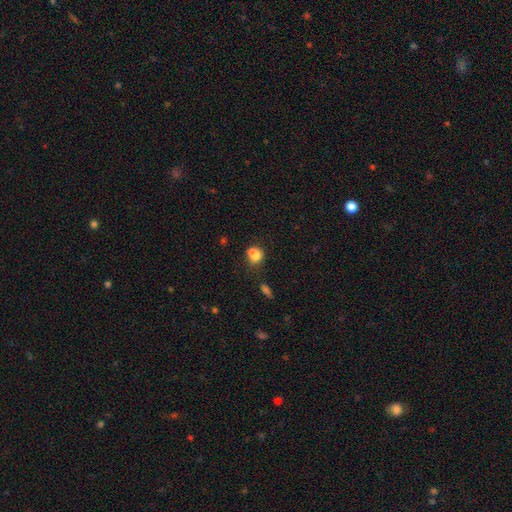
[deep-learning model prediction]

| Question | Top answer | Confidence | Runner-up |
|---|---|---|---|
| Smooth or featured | smooth | 73% | featured or disk (16%) |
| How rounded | round | 53% | in between (45%) |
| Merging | merger | 51% | none (31%) |